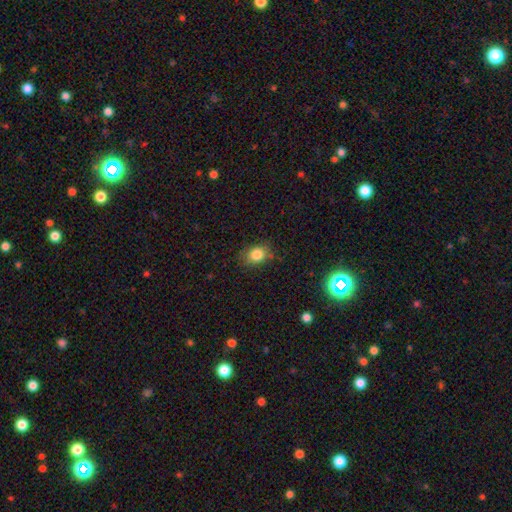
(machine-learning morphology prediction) smooth-or-featured: smooth: 83% | star or artifact: 10% | featured or disk: 7%
  how-rounded: in between: 55% | round: 44% | cigar-shaped: 1%
  merging: none: 77% | minor disturbance: 17% | major disturbance: 4% | merger: 2%